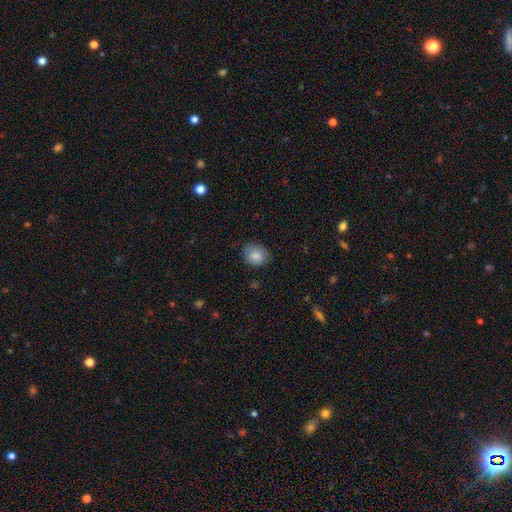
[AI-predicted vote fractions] smooth-or-featured: smooth: 85% | star or artifact: 8% | featured or disk: 7%
  how-rounded: round: 63% | in between: 37% | cigar-shaped: 1%
  merging: none: 78% | minor disturbance: 17% | major disturbance: 4% | merger: 1%